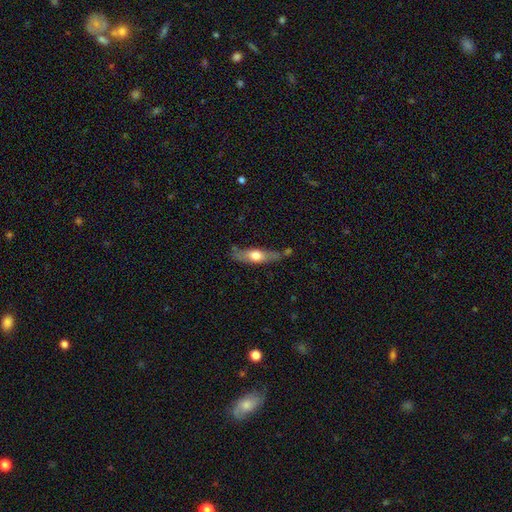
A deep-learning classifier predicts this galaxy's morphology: Smooth or featured? smooth (52%)
How rounded? cigar-shaped (60%)
Merging? none (63%)